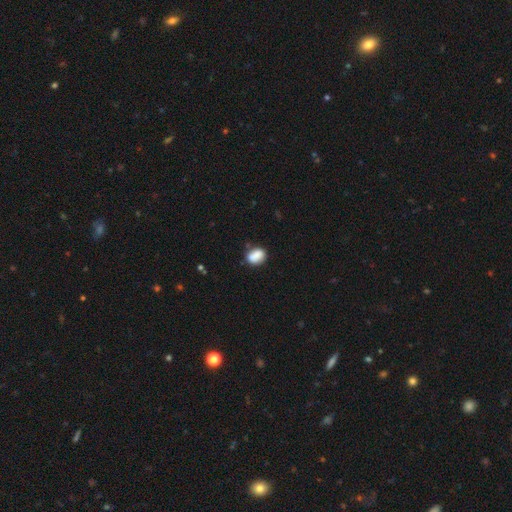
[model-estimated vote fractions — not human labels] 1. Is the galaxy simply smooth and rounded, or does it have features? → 83% smooth, 9% star or artifact, 8% featured or disk.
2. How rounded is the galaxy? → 64% in between, 34% round, 2% cigar-shaped.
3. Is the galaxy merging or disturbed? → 65% none, 20% minor disturbance, 10% merger, 5% major disturbance.